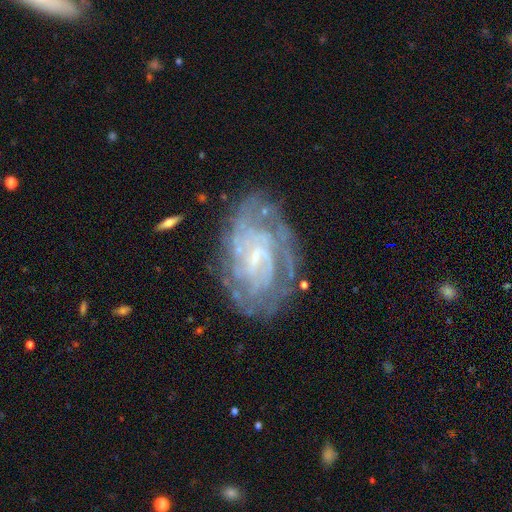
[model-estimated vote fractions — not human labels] featured or disk 84%, smooth 9%, star or artifact 7%. Down the decision tree: edge-on disk — no (97%); bar — weak (48%); spiral arms — yes (90%); spiral arm count — can't tell (43%); spiral winding — tight (63%); bulge size — small (64%); merging — none (67%).